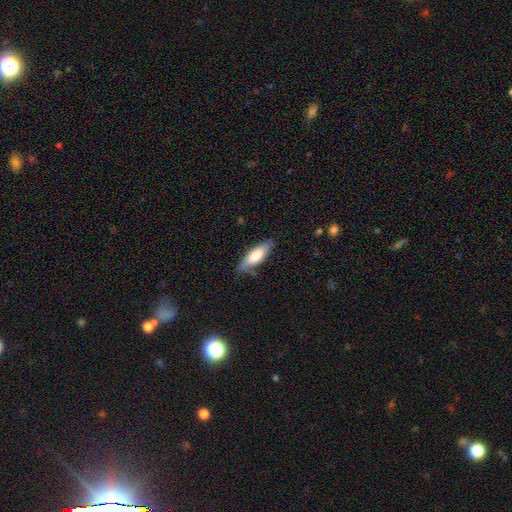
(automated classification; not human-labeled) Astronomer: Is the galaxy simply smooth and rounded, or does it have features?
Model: smooth — 74%.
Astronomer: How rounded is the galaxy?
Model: in between — 59% (runner-up: cigar-shaped, 39%).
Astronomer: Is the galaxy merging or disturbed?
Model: none — 71%.